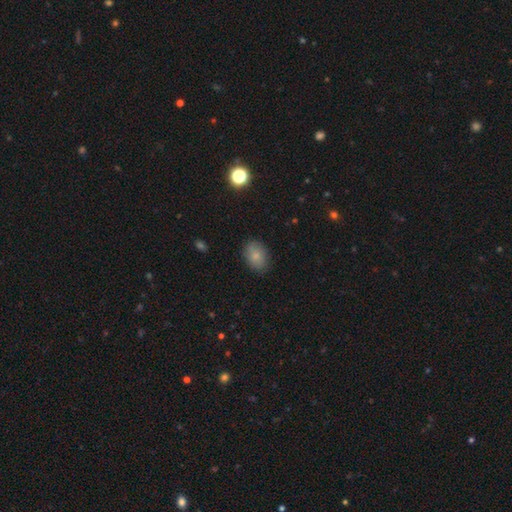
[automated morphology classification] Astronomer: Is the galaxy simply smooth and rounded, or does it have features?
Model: smooth — 83%.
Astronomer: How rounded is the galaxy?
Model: in between — 80%.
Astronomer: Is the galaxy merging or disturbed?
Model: none — 84%.